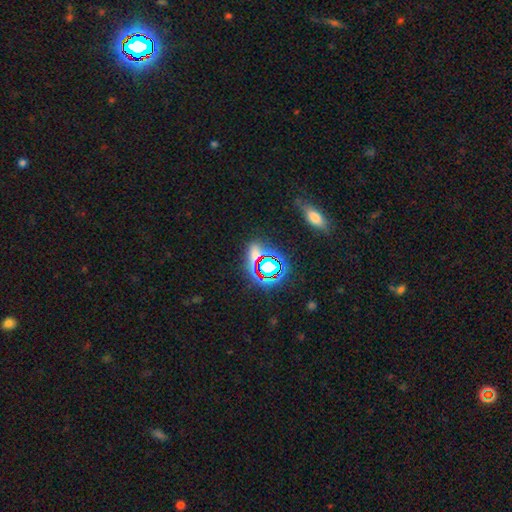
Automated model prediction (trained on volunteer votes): Morphology: type=star or artifact (59%).